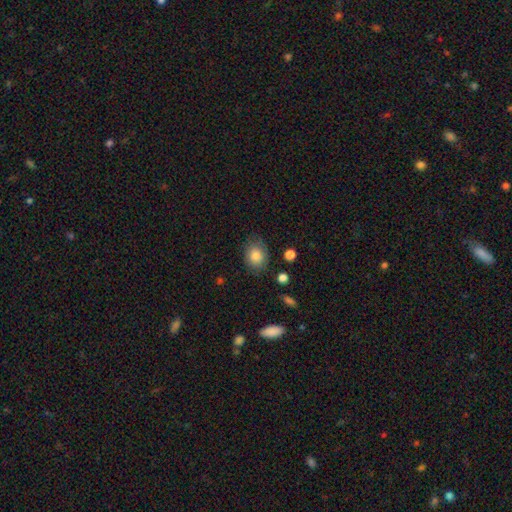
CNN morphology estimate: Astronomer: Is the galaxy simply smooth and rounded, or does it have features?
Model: smooth — 84%.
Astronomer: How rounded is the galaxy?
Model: in between — 50% (runner-up: round, 49%).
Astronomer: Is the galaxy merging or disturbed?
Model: none — 75%.